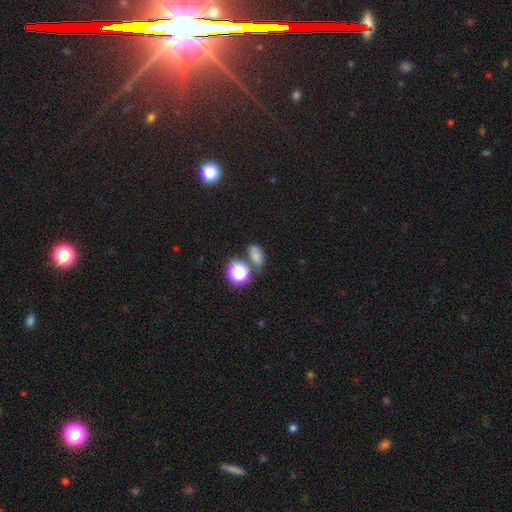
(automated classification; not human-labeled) Smooth or featured? smooth (65%)
How rounded? in between (73%)
Merging? none (58%)